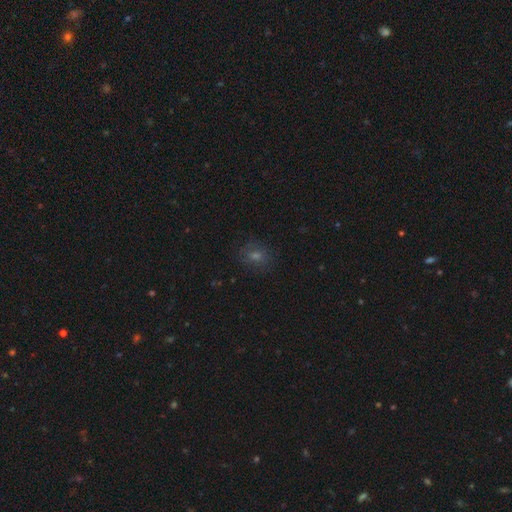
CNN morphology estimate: type=smooth (58%); roundness=round (74%); merging=none (85%).